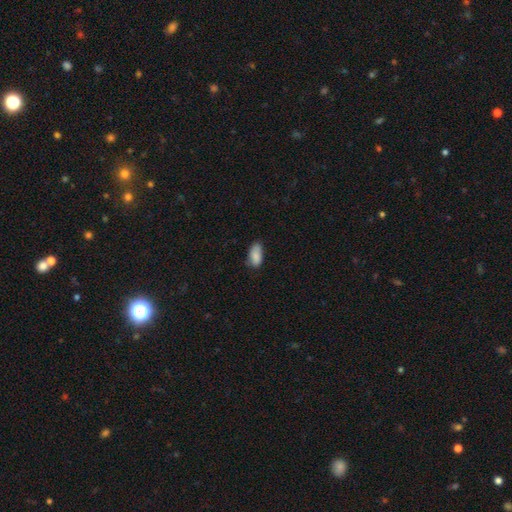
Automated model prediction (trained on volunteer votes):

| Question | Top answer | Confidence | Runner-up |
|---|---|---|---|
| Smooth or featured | smooth | 86% | star or artifact (7%) |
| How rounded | in between | 92% | cigar-shaped (5%) |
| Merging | none | 60% | minor disturbance (32%) |